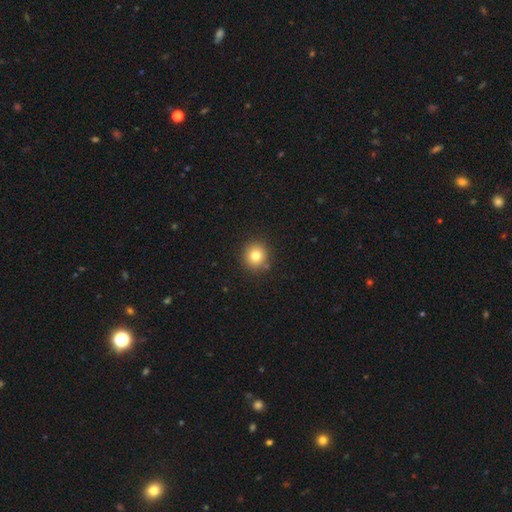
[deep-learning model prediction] This is likely a smooth galaxy (80%). How rounded: clearly round (91%). Merging: clearly none (87%).